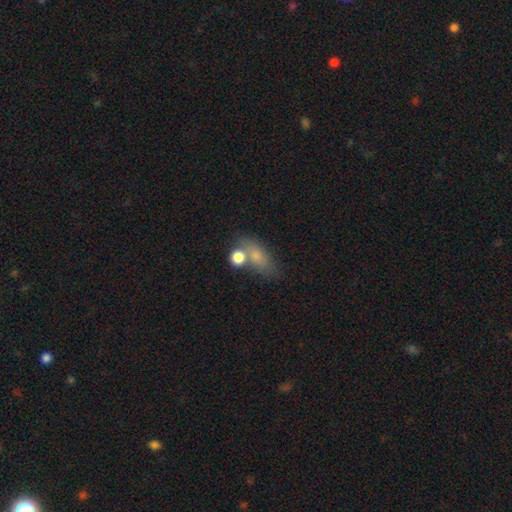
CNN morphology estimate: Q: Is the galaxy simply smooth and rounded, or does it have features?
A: smooth — 73%.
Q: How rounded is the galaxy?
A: in between — 67%.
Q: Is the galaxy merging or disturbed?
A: none — 49%.